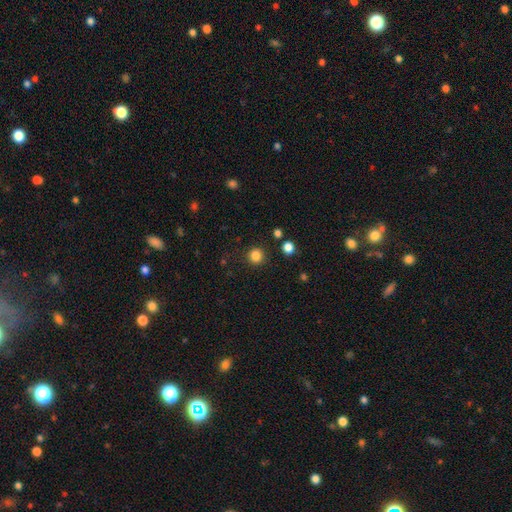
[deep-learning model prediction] A smooth galaxy with no disk features (84%) that is round (94%). Merging: none (89%).